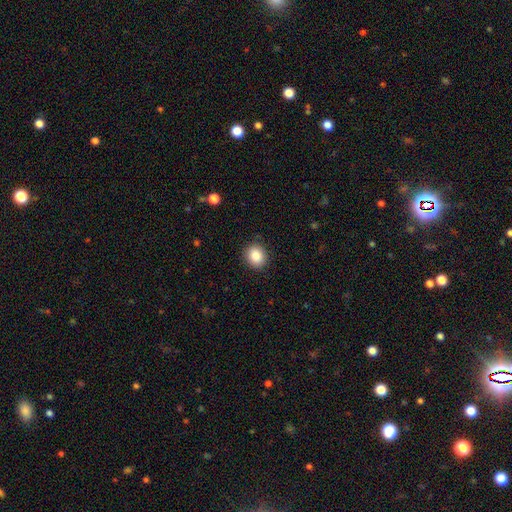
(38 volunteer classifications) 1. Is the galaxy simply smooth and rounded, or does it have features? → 82% smooth, 11% featured or disk, 8% star or artifact.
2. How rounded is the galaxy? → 81% round, 19% in between, 0% cigar-shaped.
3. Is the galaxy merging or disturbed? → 89% none, 11% minor disturbance, 0% major disturbance, 0% merger.